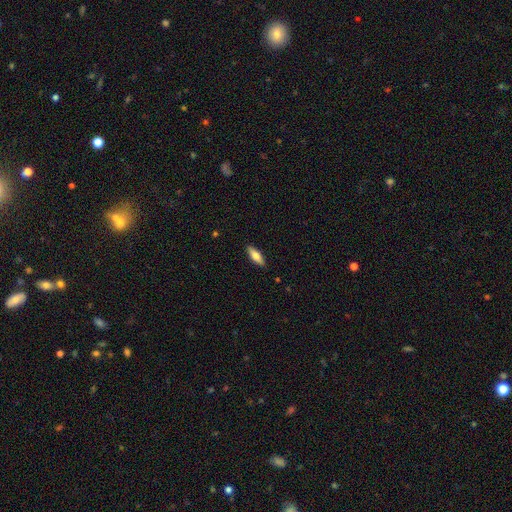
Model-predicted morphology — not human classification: Smooth or featured?
  - smooth: 69% *
  - featured or disk: 25%
  - star or artifact: 6%
How rounded?
  - in between: 60% *
  - cigar-shaped: 38%
  - round: 2%
Merging?
  - none: 90% *
  - minor disturbance: 8%
  - major disturbance: 2%
  - merger: 1%